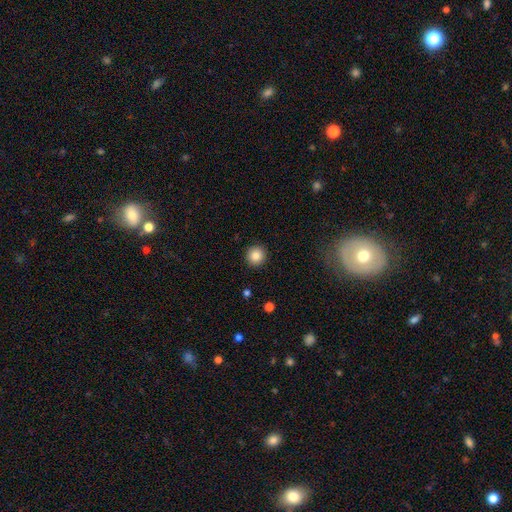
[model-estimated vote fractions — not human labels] smooth 85%, star or artifact 10%, featured or disk 5%. Down the decision tree: how rounded — round (95%); merging — none (92%).